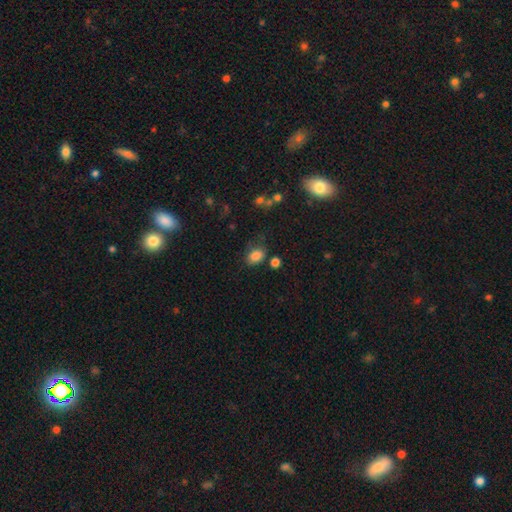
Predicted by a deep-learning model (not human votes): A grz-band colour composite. It shows a smooth galaxy with no disk features (83%) that is in between round and cigar-shaped (74%). Merging: none (65%).